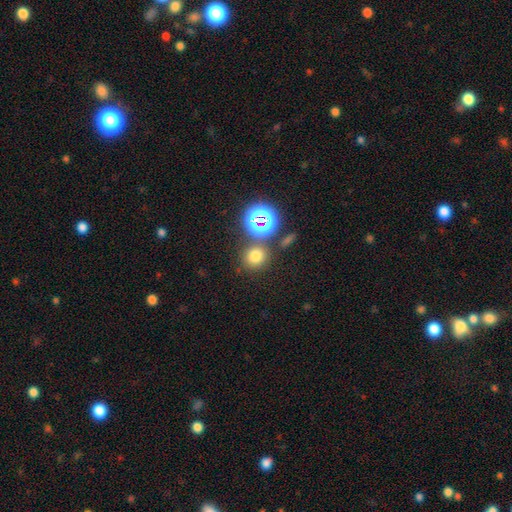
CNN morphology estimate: type=smooth (70%); roundness=round (87%); merging=none (77%).